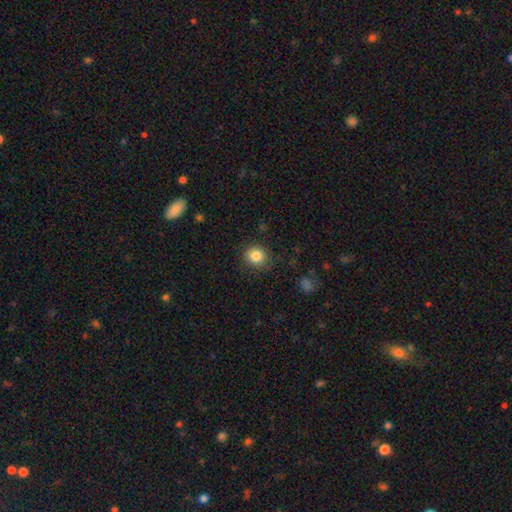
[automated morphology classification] Smooth or featured? smooth (84%)
How rounded? round (86%)
Merging? none (86%)